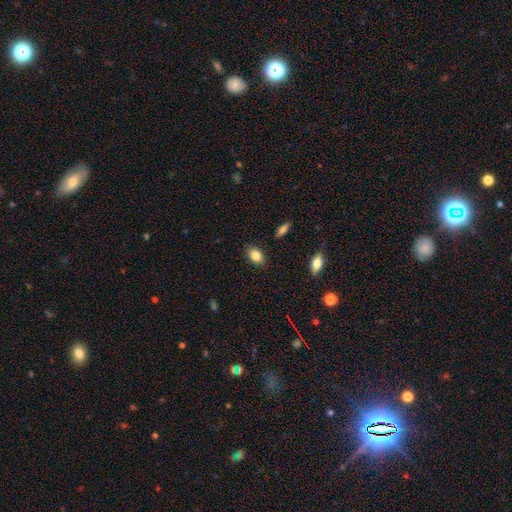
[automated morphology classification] smooth_or_featured: smooth (p=0.84) [alt: star or artifact p=0.09]
how_rounded: in between (p=0.81) [alt: round p=0.18]
merging: none (p=0.87) [alt: minor disturbance p=0.10]